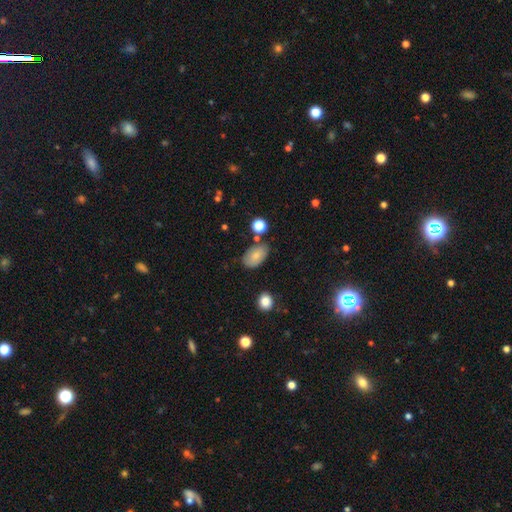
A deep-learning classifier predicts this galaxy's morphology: smooth-or-featured: smooth: 79% | featured or disk: 12% | star or artifact: 9%
  how-rounded: in between: 91% | round: 8% | cigar-shaped: 1%
  merging: none: 72% | minor disturbance: 19% | merger: 5% | major disturbance: 4%